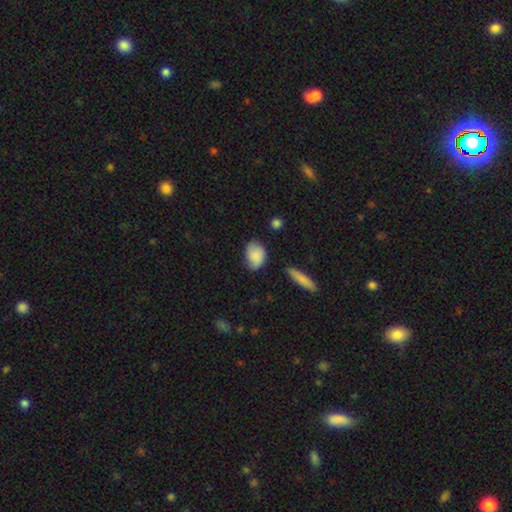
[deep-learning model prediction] Morphology: type=smooth (82%); roundness=in between (73%); merging=none (63%).